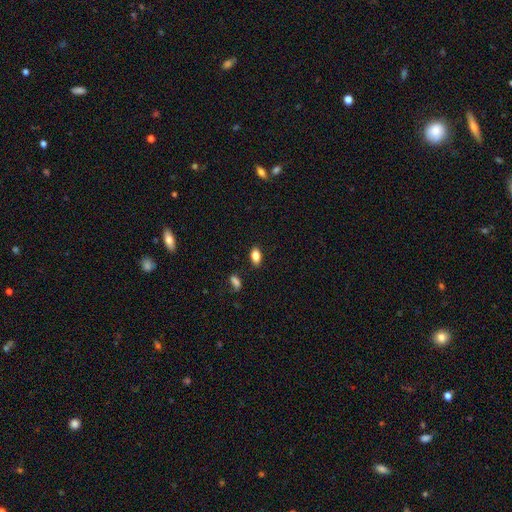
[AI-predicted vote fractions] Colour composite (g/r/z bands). It shows a smooth galaxy with no disk features (84%) that is in between round and cigar-shaped (87%). Merging: none (84%).